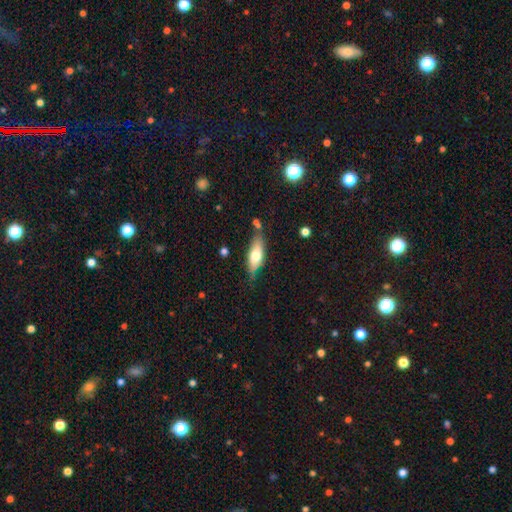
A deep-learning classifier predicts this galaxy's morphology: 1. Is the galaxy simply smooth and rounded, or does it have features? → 63% smooth, 31% featured or disk, 6% star or artifact.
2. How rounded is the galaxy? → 66% in between, 31% cigar-shaped, 2% round.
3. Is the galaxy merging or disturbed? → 68% none, 21% minor disturbance, 6% merger, 5% major disturbance.